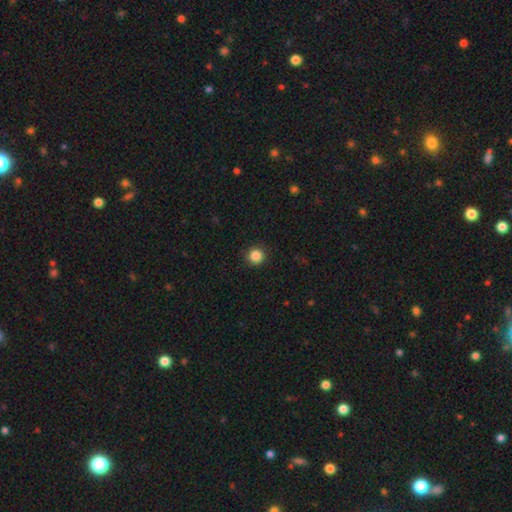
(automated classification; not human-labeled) The model was most divided on "smooth or featured": smooth: 86%, star or artifact: 11%, featured or disk: 3%. More confident: how rounded — round (94%); merging — none (91%).